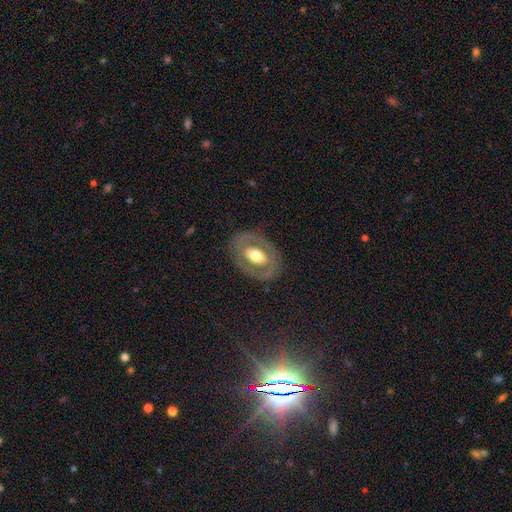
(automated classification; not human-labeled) A featured or disk galaxy (59%) with no bar (65%), no spiral arms (77%) and a moderate central bulge (57%). Merging: none (79%).